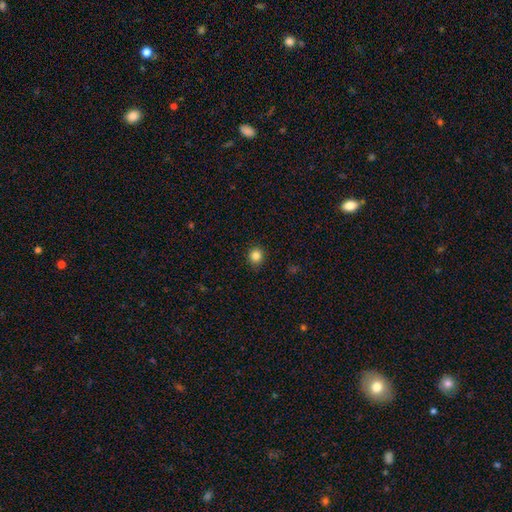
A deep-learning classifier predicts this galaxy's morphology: Smooth or featured: smooth — 84% (star or artifact — 12%)
How rounded: round — 85% (in between — 14%)
Merging: none — 89% (minor disturbance — 8%)